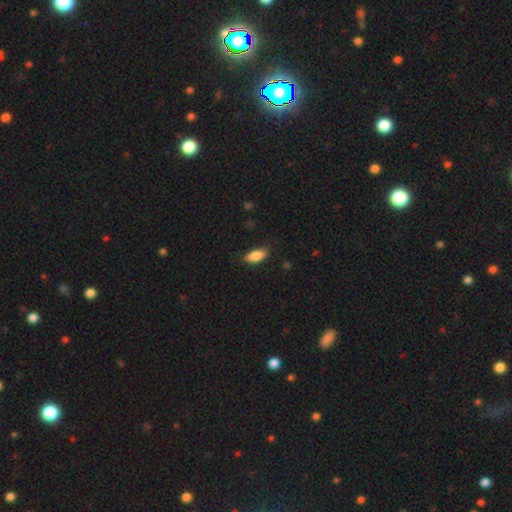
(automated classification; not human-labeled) Morphology: type=smooth (86%); roundness=in between (86%); merging=none (78%).